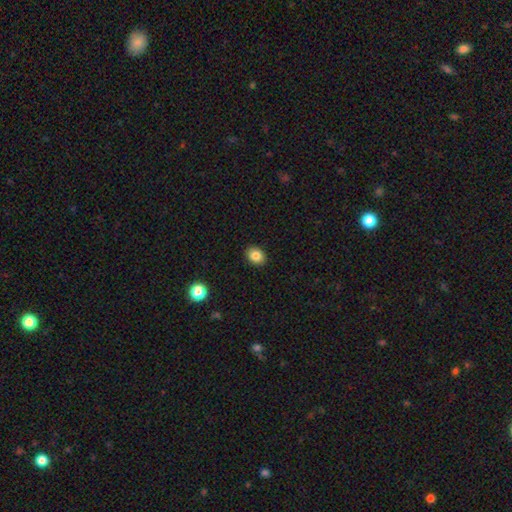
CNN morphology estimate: This is clearly a smooth galaxy (84%). How rounded: possibly in between (60%). Merging: clearly none (90%).